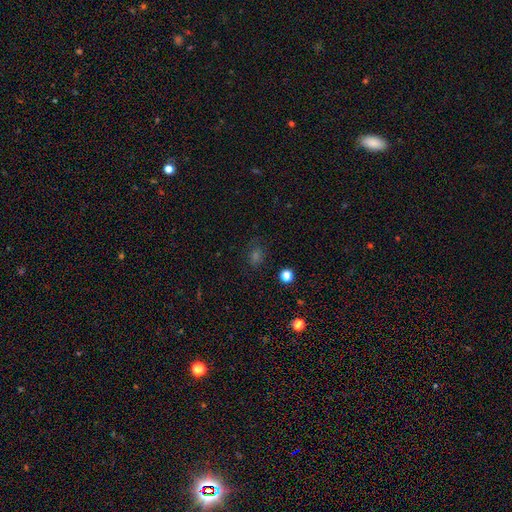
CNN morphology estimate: Overall: smooth (54%; star or artifact 36%). How rounded: round (53%; in between 45%). Merging: none (78%).